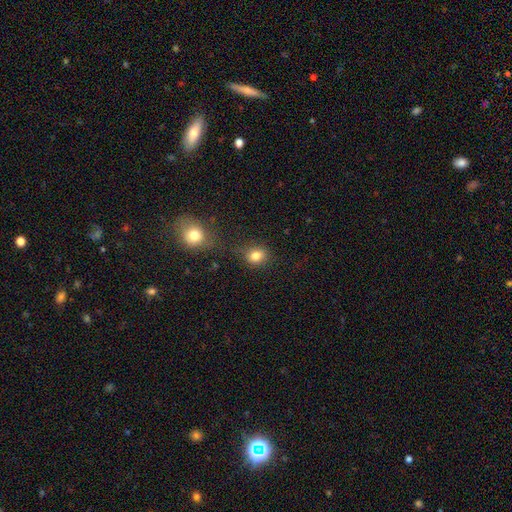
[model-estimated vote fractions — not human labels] This appears to be a smooth galaxy with no disk features (81%) that is round (58%). Merging: none (69%).